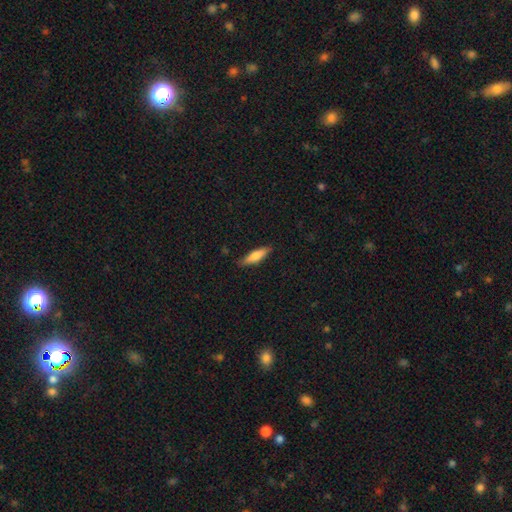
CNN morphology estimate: This appears to be a smooth galaxy with no disk features (70%) that is cigar-shaped (66%). Merging: none (84%).